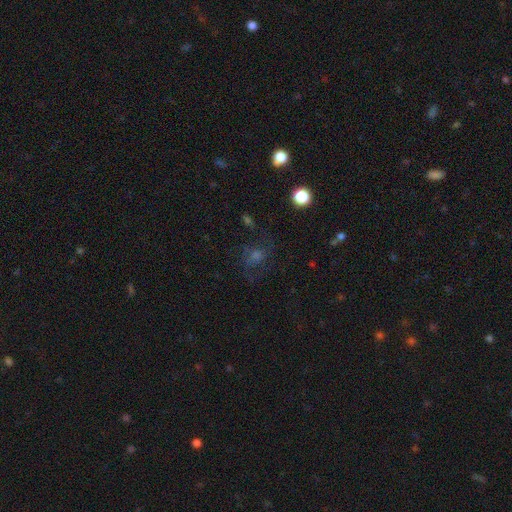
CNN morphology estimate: Q: Smooth or featured?
A: star or artifact (34%); runner-up: smooth (33%)